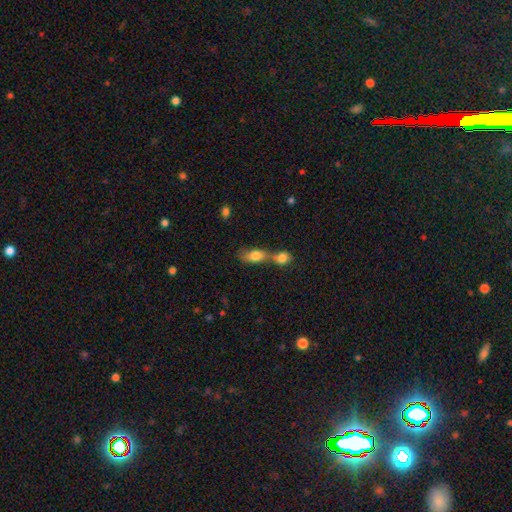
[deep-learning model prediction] This appears to be a smooth galaxy with no disk features (79%) that is in between round and cigar-shaped (78%). Merging: merger (67%).